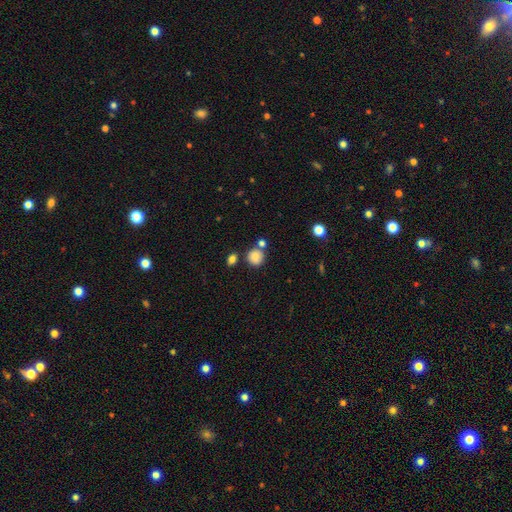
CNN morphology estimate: smooth 83%, star or artifact 10%, featured or disk 7%. Down the decision tree: how rounded — round (87%); merging — none (71%).